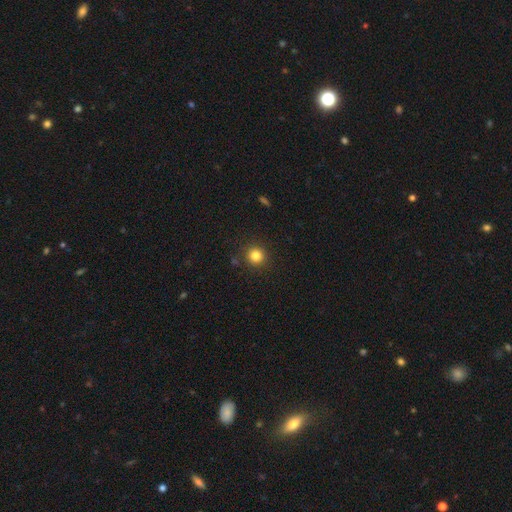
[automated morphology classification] Q: Smooth or featured?
A: smooth (82%); runner-up: star or artifact (13%)
Q: How rounded?
A: round (93%); runner-up: in between (6%)
Q: Merging?
A: none (89%); runner-up: minor disturbance (7%)